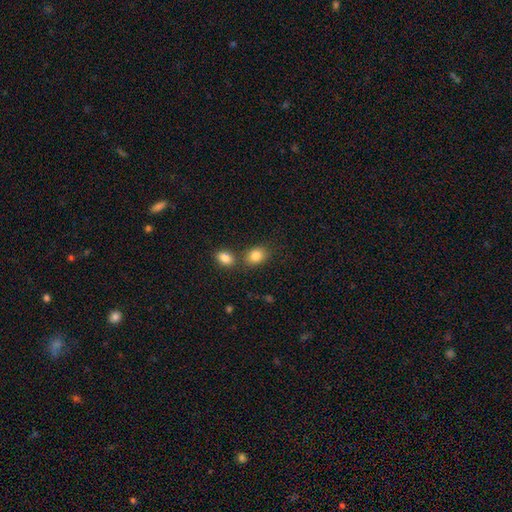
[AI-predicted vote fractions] Morphology: type=smooth (84%); roundness=in between (64%); merging=none (62%).